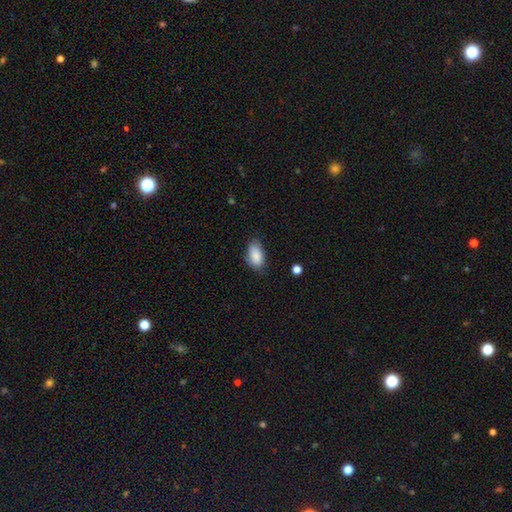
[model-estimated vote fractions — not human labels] smooth 88%, star or artifact 7%, featured or disk 6%. Down the decision tree: how rounded — in between (93%); merging — none (72%).